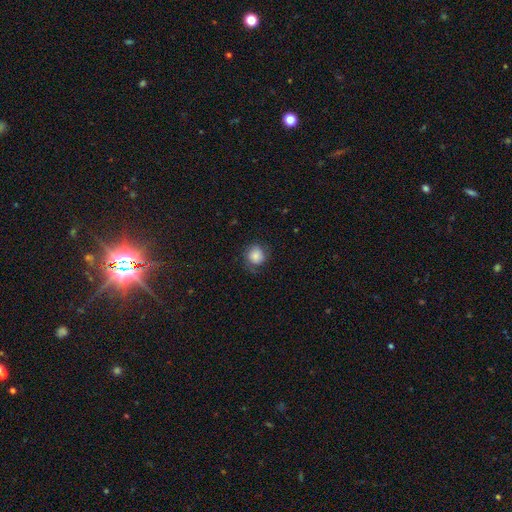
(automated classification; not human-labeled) smooth_or_featured: smooth (p=0.76) [alt: featured or disk p=0.15]
how_rounded: round (p=0.83) [alt: in between p=0.16]
merging: none (p=0.69) [alt: minor disturbance p=0.21]